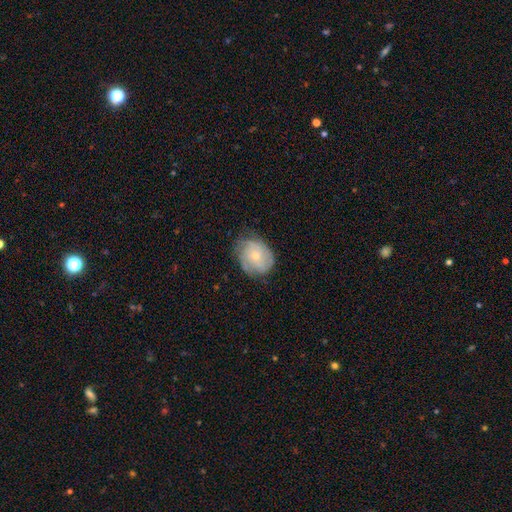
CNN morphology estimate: A featured or disk galaxy (50%). Merging: none (62%).